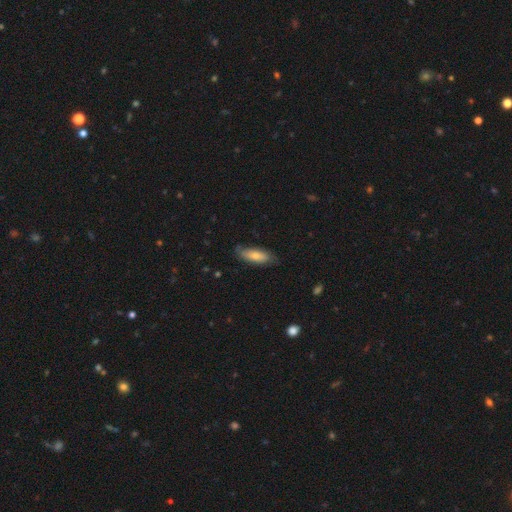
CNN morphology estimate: smooth 66%, featured or disk 28%, star or artifact 6%. Down the decision tree: how rounded — in between (64%); merging — none (74%).